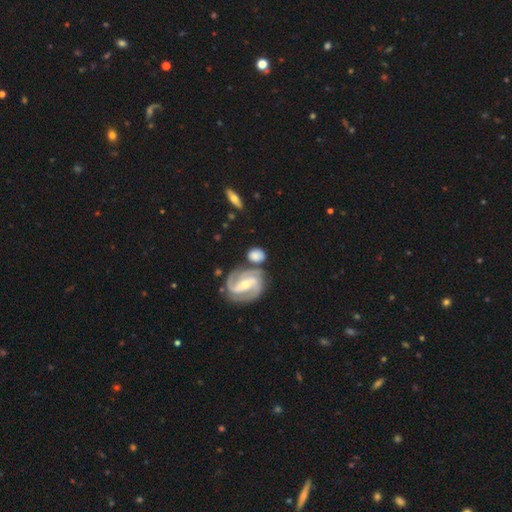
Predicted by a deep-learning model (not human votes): Smooth or featured? featured or disk (54%)
Edge-on disk? no (95%)
Bar? strong (37%)
Spiral arms? yes (92%)
Bulge size? moderate (52%)
Merging? none (64%)